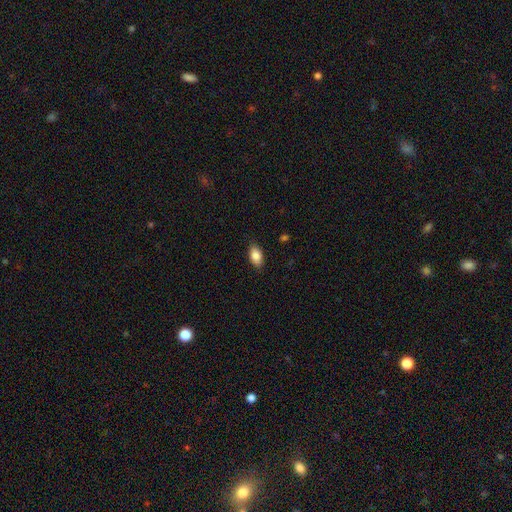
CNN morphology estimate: The model was most divided on "smooth or featured": smooth: 84%, featured or disk: 8%, star or artifact: 7%. More confident: how rounded — in between (91%); merging — none (87%).